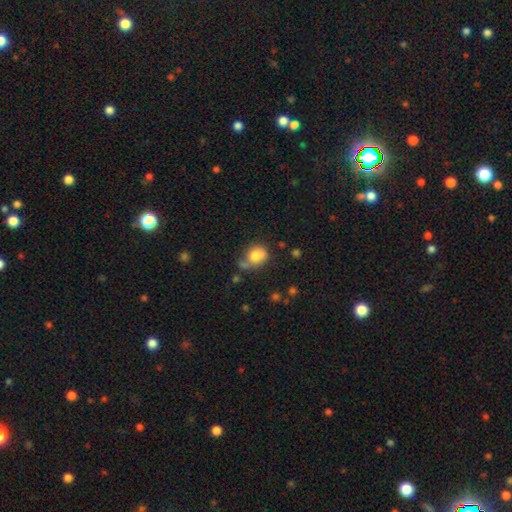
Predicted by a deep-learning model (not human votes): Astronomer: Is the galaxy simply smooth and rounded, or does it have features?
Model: smooth — 76%.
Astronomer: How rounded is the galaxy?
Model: round — 62% (runner-up: in between, 37%).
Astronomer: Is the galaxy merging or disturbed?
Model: none — 45% (runner-up: minor disturbance, 26%).